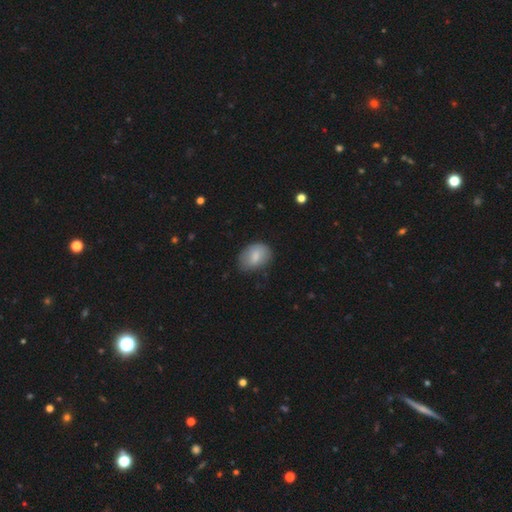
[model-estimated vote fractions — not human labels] A smooth galaxy with no disk features (78%) that is in between round and cigar-shaped (78%).

Vote fractions:
- Smooth or featured? smooth: 78% / featured or disk: 15% / star or artifact: 7%
- How rounded? in between: 78% / round: 20% / cigar-shaped: 1%
- Merging? none: 67% / minor disturbance: 25% / major disturbance: 6% / merger: 1%